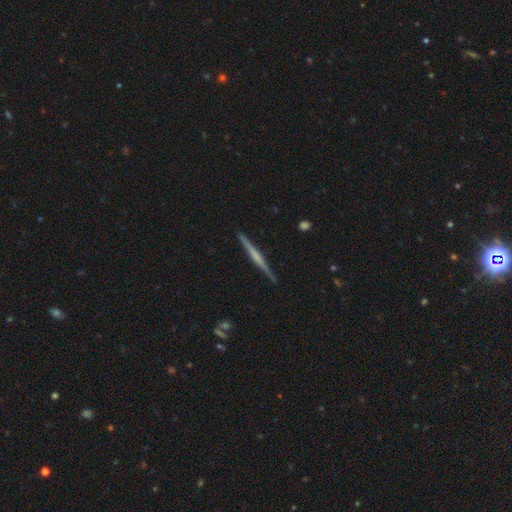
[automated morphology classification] Smooth or featured? Predicted: featured or disk (p=0.71). Edge-on disk? Predicted: yes (p=0.98). Edge-on bulge? Predicted: rounded (p=0.39). Merging? Predicted: none (p=0.90).